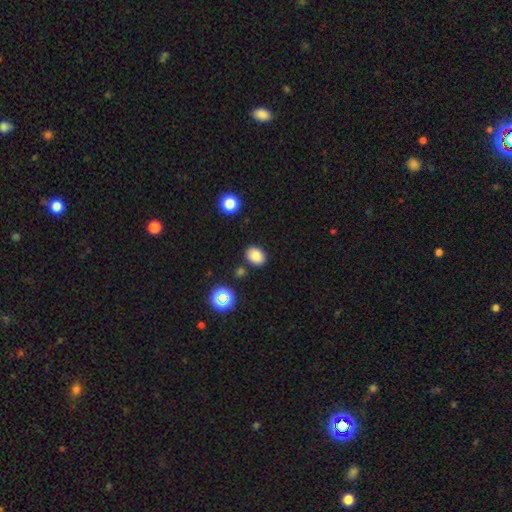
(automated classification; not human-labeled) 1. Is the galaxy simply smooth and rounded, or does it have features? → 83% smooth, 12% star or artifact, 5% featured or disk.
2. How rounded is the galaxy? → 65% in between, 35% round, 1% cigar-shaped.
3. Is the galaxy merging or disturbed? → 84% none, 10% minor disturbance, 4% merger, 3% major disturbance.